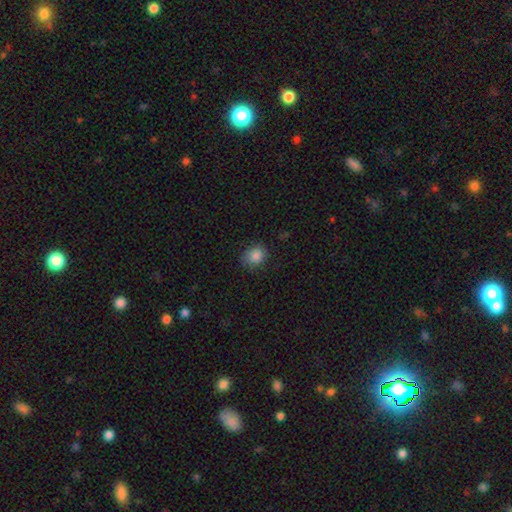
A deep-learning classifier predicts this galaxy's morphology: type=smooth (85%); roundness=round (57%); merging=none (77%).